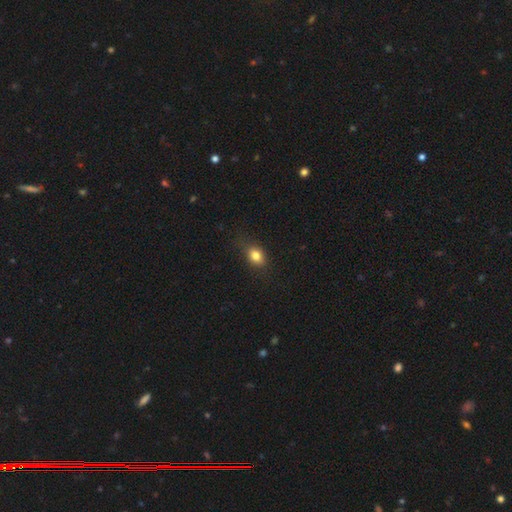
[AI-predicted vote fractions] smooth 81%, star or artifact 11%, featured or disk 9%. Down the decision tree: how rounded — in between (66%); merging — none (76%).